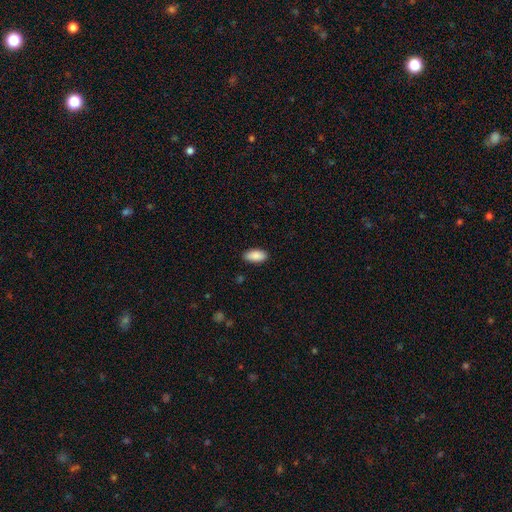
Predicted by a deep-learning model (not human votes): Morphology: type=smooth (90%); roundness=in between (93%); merging=none (87%).